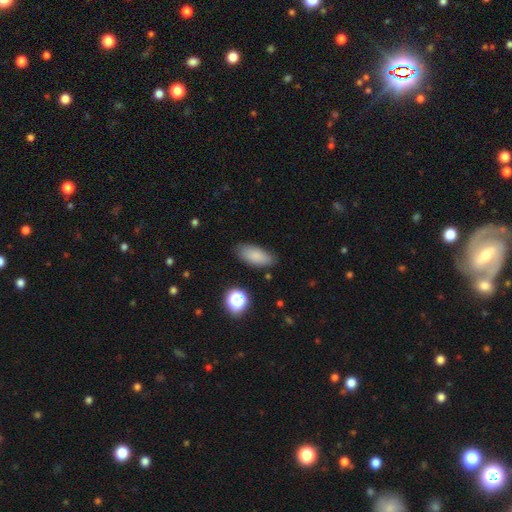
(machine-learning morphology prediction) smooth 83%, star or artifact 9%, featured or disk 8%. Down the decision tree: how rounded — in between (86%); merging — none (82%).